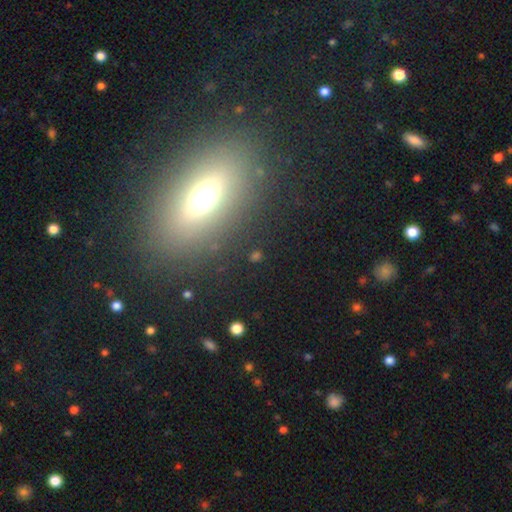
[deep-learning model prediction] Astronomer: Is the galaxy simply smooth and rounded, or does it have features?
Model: smooth — 47% (runner-up: star or artifact, 32%).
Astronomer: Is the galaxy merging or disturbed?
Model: none — 83%.